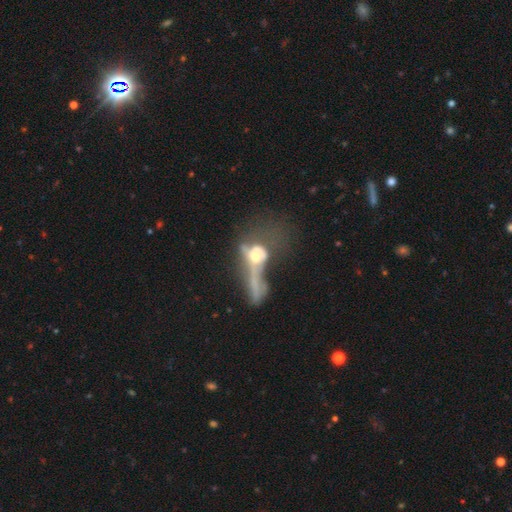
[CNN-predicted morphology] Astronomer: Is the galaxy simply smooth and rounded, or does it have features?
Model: featured or disk — 52% (runner-up: smooth, 37%).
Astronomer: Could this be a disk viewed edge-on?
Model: no — 85%.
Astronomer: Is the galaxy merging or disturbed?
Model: merger — 41% (runner-up: major disturbance, 40%).